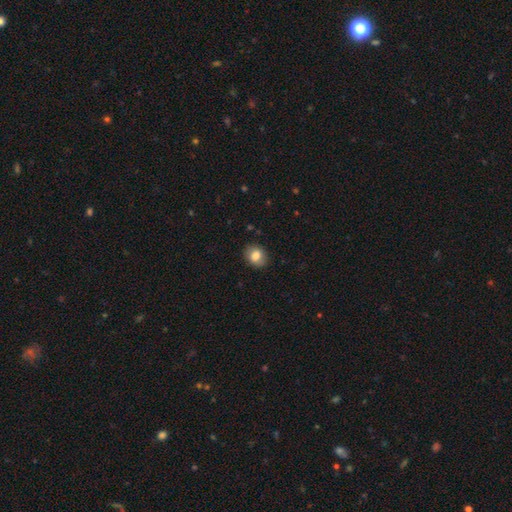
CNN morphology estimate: This appears to be a smooth galaxy with no disk features (82%) that is round (56%). Merging: none (86%).